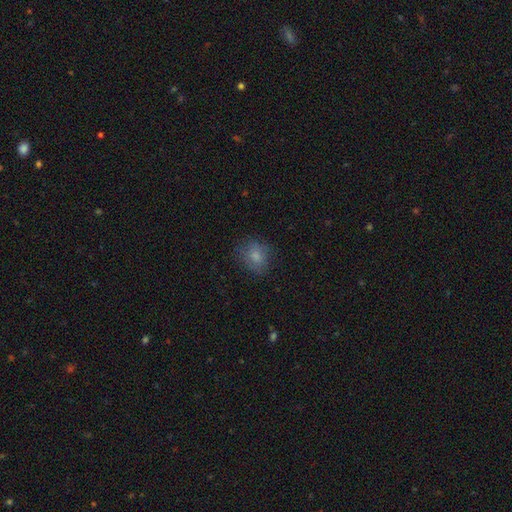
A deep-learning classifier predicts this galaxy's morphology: This appears to be a smooth galaxy with no disk features (79%) that is round (66%). Merging: none (76%).